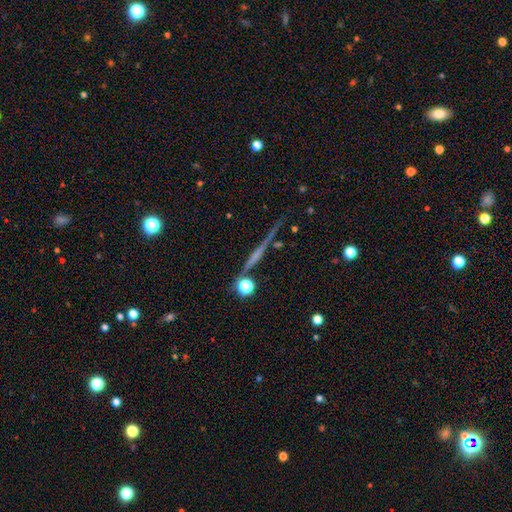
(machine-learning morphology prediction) smooth_or_featured: featured or disk (p=0.63) [alt: smooth p=0.25]
disk_edge_on: yes (p=0.96) [alt: no p=0.04]
edge_on_bulge: none (p=0.69) [alt: rounded p=0.22]
merging: none (p=0.84) [alt: minor disturbance p=0.09]